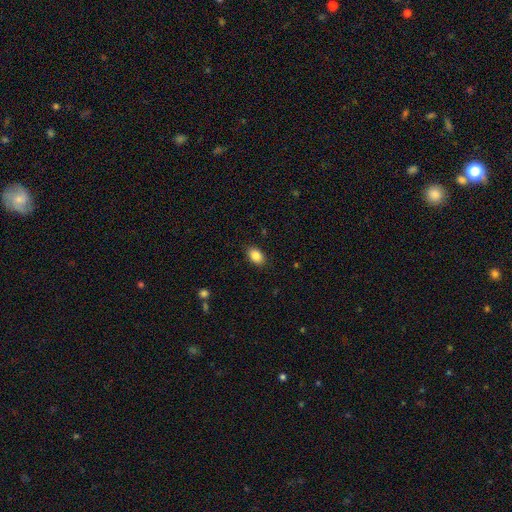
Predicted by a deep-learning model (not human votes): Smooth or featured? smooth (87%)
How rounded? in between (85%)
Merging? none (87%)